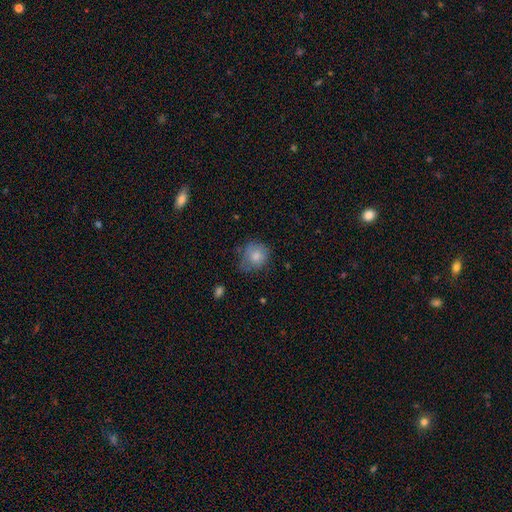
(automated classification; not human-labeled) This appears to be a smooth galaxy with no disk features (79%) that is round (74%). Merging: none (54%).